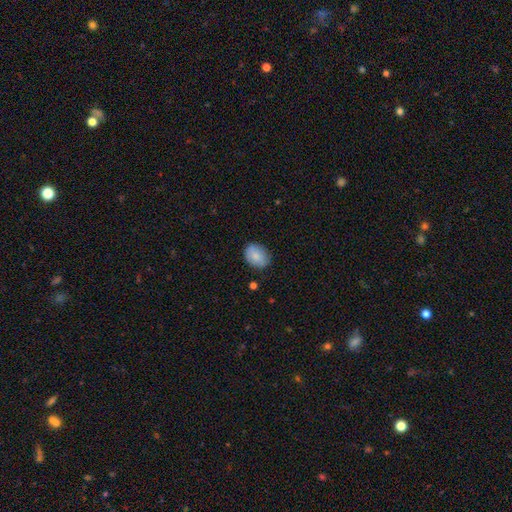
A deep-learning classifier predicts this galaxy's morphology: Smooth or featured? smooth (82%)
How rounded? in between (63%)
Merging? none (79%)